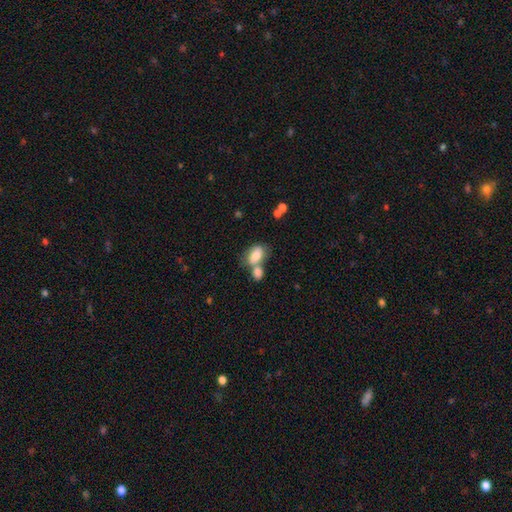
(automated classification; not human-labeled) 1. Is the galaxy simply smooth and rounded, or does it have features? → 71% smooth, 21% featured or disk, 8% star or artifact.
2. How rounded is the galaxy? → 86% in between, 11% round, 2% cigar-shaped.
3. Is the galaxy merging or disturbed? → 55% merger, 27% none, 12% minor disturbance, 7% major disturbance.